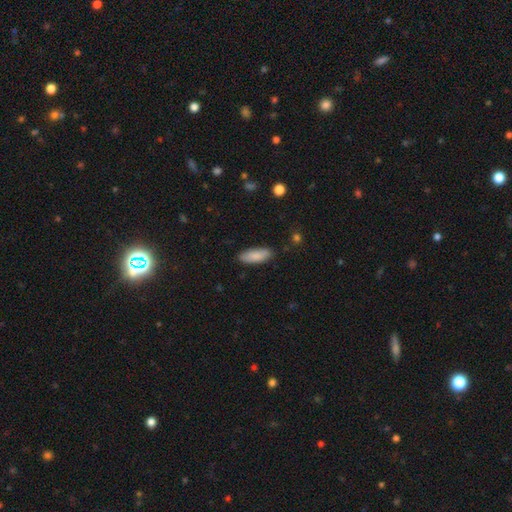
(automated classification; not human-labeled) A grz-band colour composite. It shows a smooth galaxy with no disk features (87%) that is in between round and cigar-shaped (70%). Merging: none (85%).